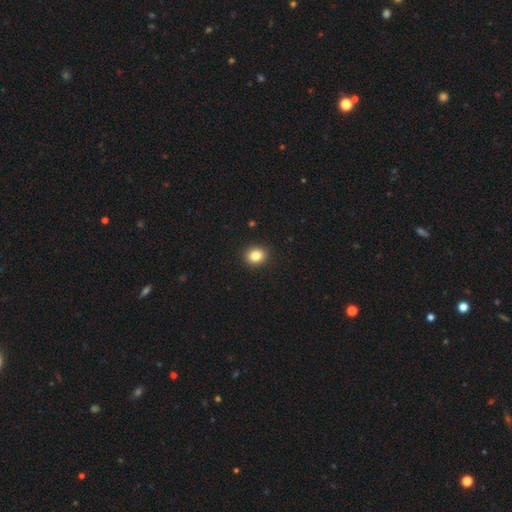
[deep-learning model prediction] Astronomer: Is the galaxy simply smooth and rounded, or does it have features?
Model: smooth — 83%.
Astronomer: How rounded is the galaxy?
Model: round — 69%.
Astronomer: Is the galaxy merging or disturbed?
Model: none — 91%.